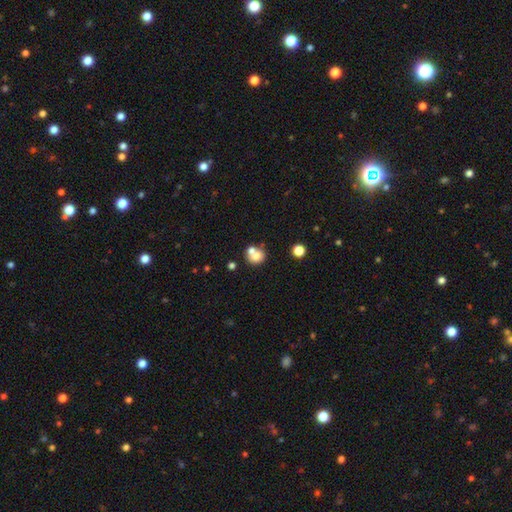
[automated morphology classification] A smooth galaxy with no disk features (72%) that is round (81%). Merging: merger (45%).